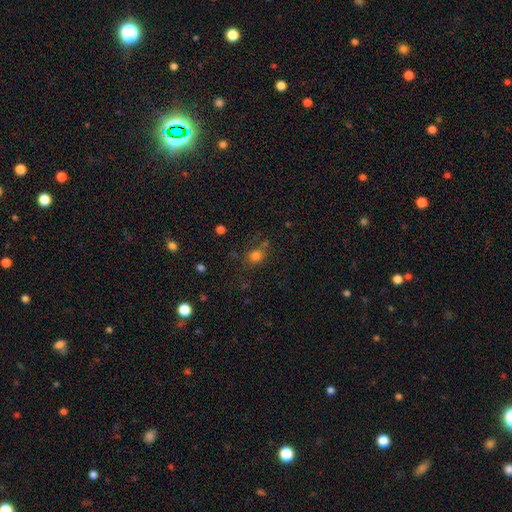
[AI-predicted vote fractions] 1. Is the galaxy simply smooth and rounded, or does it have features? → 77% smooth, 15% star or artifact, 8% featured or disk.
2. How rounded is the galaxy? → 65% round, 33% in between, 1% cigar-shaped.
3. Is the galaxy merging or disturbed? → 65% none, 17% minor disturbance, 10% merger, 7% major disturbance.